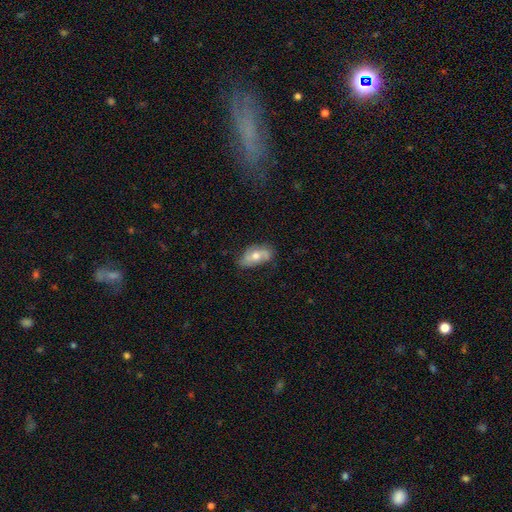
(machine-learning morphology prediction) smooth-or-featured: smooth: 48% | featured or disk: 45% | star or artifact: 7%
  merging: none: 64% | minor disturbance: 27% | major disturbance: 7% | merger: 2%